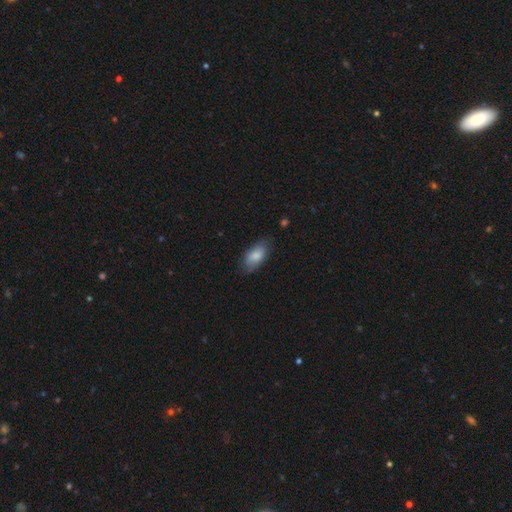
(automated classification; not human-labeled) Overall: smooth (81%). How rounded: in between (92%). Merging: none (72%).